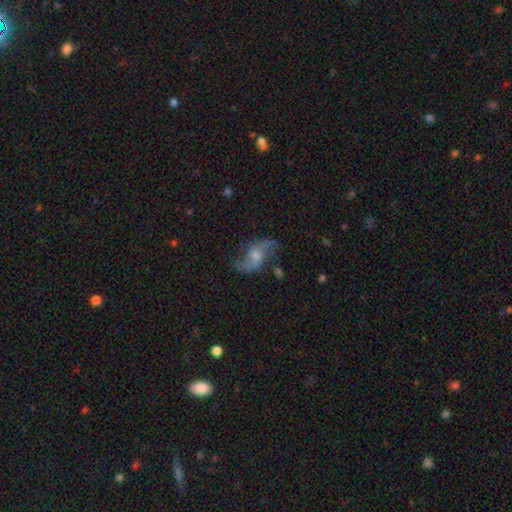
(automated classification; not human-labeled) Q: Smooth or featured?
A: featured or disk (79%); runner-up: smooth (12%)
Q: Edge-on disk?
A: no (96%); runner-up: yes (4%)
Q: Bar?
A: no (56%); runner-up: weak (36%)
Q: Spiral arms?
A: yes (93%); runner-up: no (7%)
Q: Spiral winding?
A: loose (75%); runner-up: medium (20%)
Q: Spiral arm count?
A: 2 (91%); runner-up: can't tell (3%)
Q: Bulge size?
A: moderate (43%); runner-up: small (37%)
Q: Merging?
A: none (70%); runner-up: minor disturbance (17%)